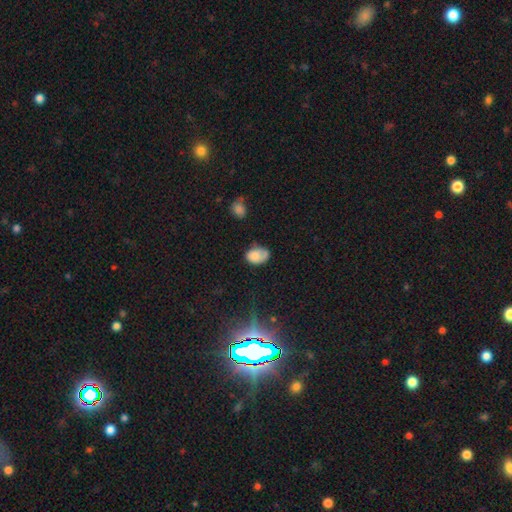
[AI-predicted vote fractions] Overall: smooth (77%). How rounded: in between (75%). Merging: none (45%; minor disturbance 35%).